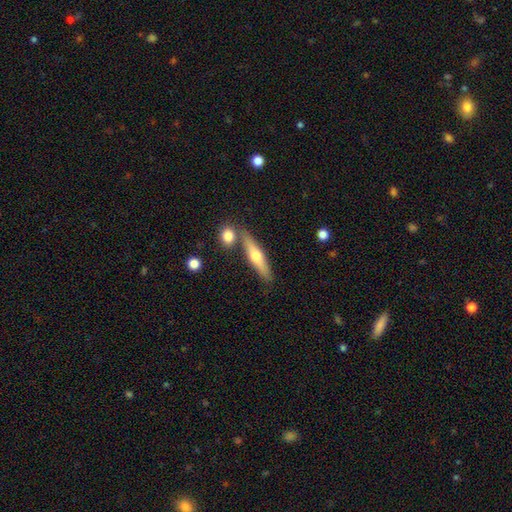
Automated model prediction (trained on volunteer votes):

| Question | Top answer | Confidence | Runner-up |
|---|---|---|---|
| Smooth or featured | featured or disk | 50% | smooth (45%) |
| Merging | none | 73% | merger (14%) |